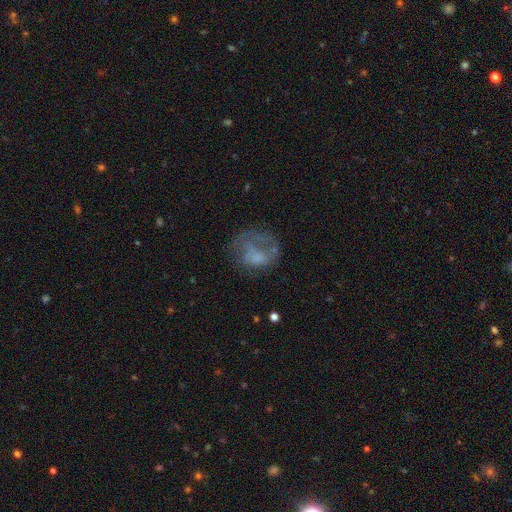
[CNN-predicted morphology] Overall: featured or disk (45%; smooth 43%). Merging: major disturbance (40%; none 36%).